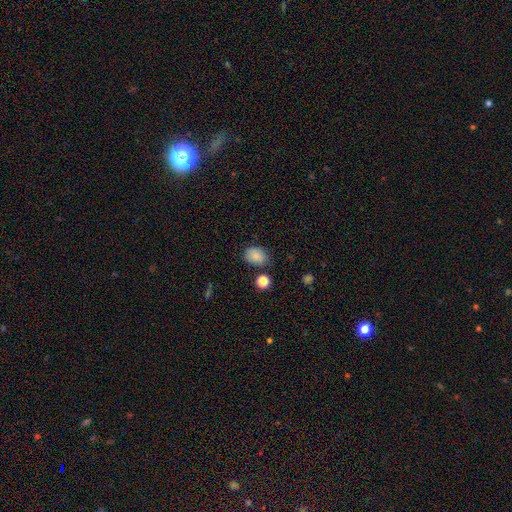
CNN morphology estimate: Smooth or featured? smooth (84%)
How rounded? in between (68%)
Merging? none (75%)